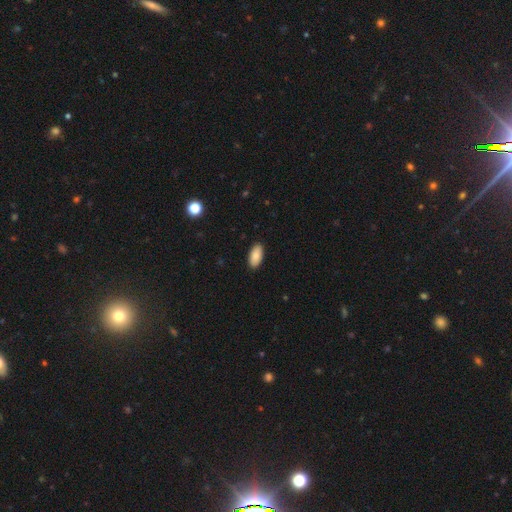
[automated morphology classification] Overall: smooth (87%). How rounded: in between (93%). Merging: none (90%).